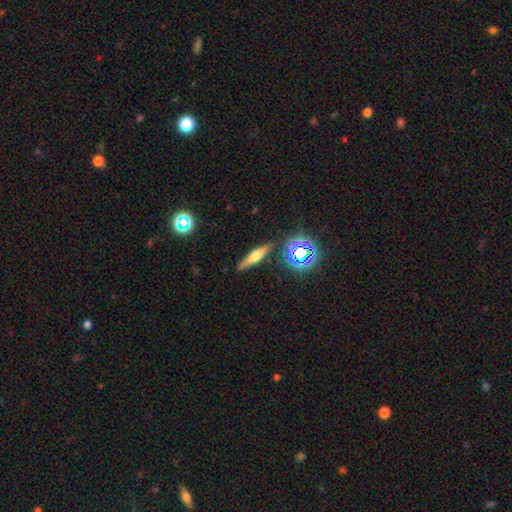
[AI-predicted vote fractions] This appears to be a featured or disk galaxy (44%). Merging: none (86%).